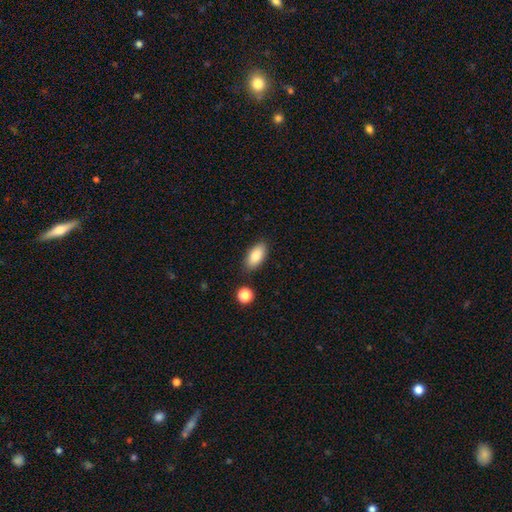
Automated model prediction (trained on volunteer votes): smooth-or-featured: smooth: 84% | featured or disk: 9% | star or artifact: 7%
  how-rounded: in between: 90% | cigar-shaped: 6% | round: 4%
  merging: none: 84% | minor disturbance: 11% | merger: 3% | major disturbance: 2%